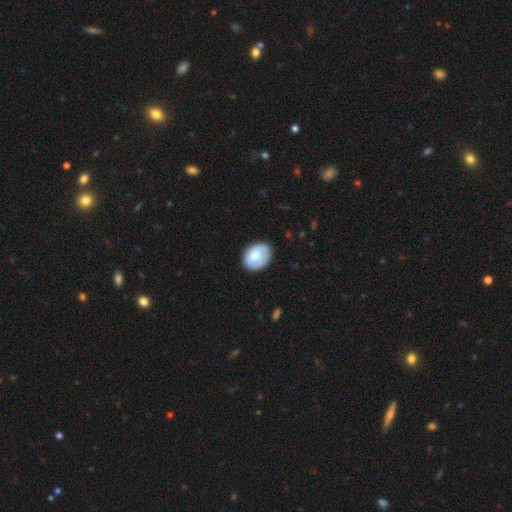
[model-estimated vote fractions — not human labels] smooth-or-featured: smooth: 71% | featured or disk: 22% | star or artifact: 6%
  how-rounded: in between: 61% | round: 38% | cigar-shaped: 1%
  merging: none: 74% | minor disturbance: 20% | major disturbance: 5% | merger: 1%